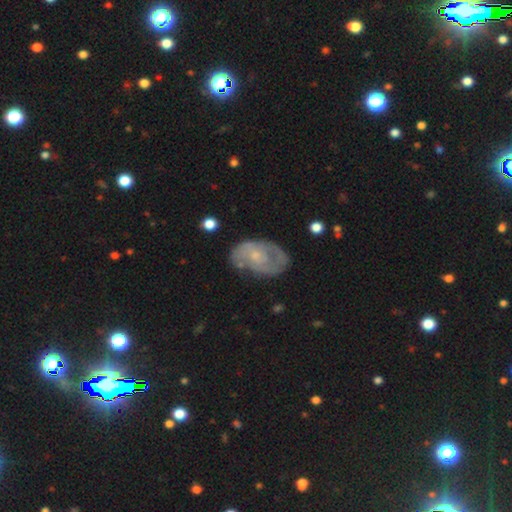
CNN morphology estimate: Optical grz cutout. It shows a featured or disk galaxy (66%) with no bar (76%), spiral arms (72%) and a small central bulge (66%). Merging: none (60%).